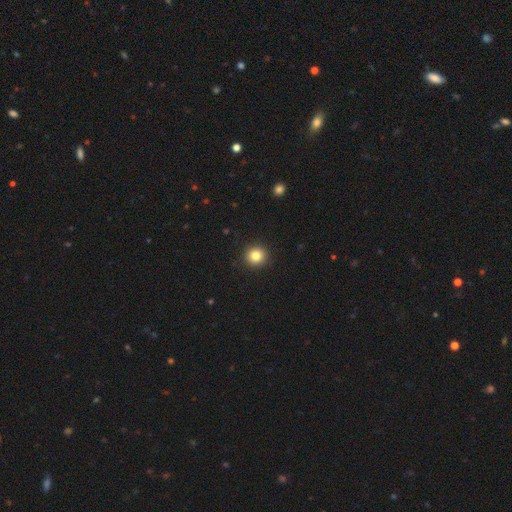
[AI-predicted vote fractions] Q: Smooth or featured?
A: smooth (83%); runner-up: star or artifact (10%)
Q: How rounded?
A: round (94%); runner-up: in between (6%)
Q: Merging?
A: none (93%); runner-up: minor disturbance (4%)